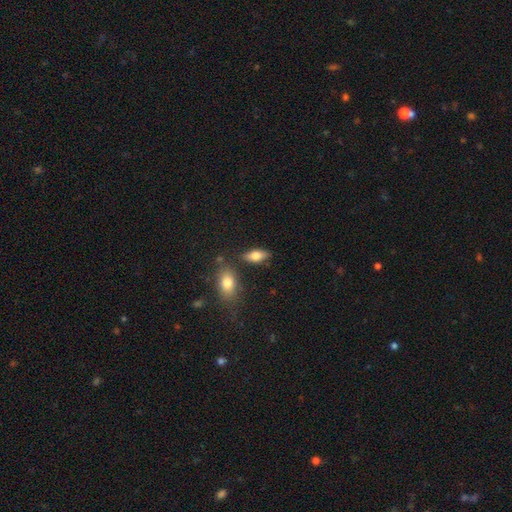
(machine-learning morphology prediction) This appears to be a smooth galaxy with no disk features (69%) that is in between round and cigar-shaped (80%). Merging: none (79%).